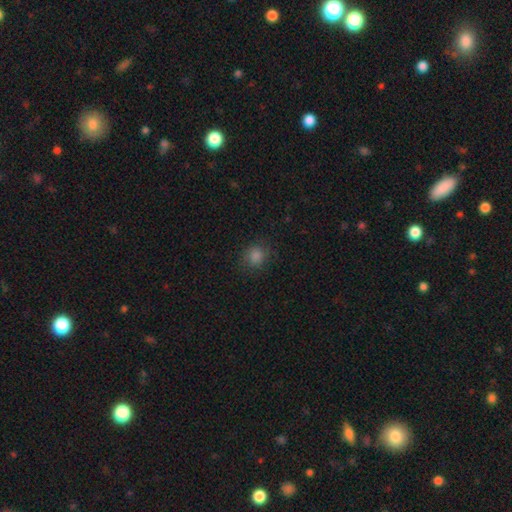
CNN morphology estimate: smooth 80%, star or artifact 15%, featured or disk 5%. Down the decision tree: how rounded — round (82%); merging — none (85%).